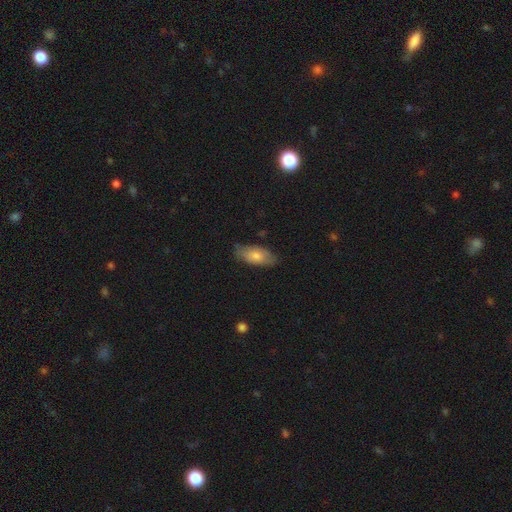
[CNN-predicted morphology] The model was most divided on "merging": none: 74%, minor disturbance: 21%, major disturbance: 4%, merger: 1%. More confident: how rounded — in between (87%); smooth or featured — smooth (74%).